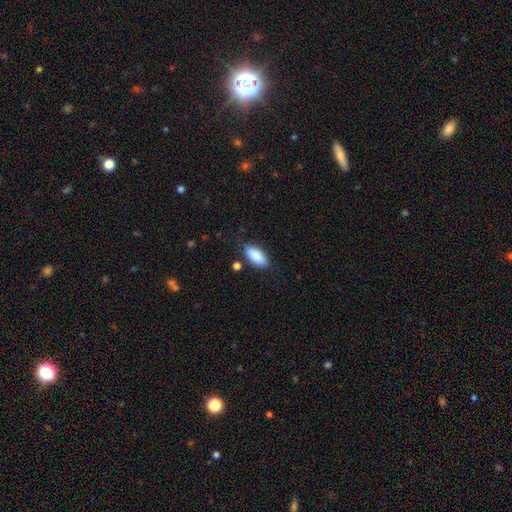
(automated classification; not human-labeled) Morphology: type=smooth (85%); roundness=in between (85%); merging=none (79%).